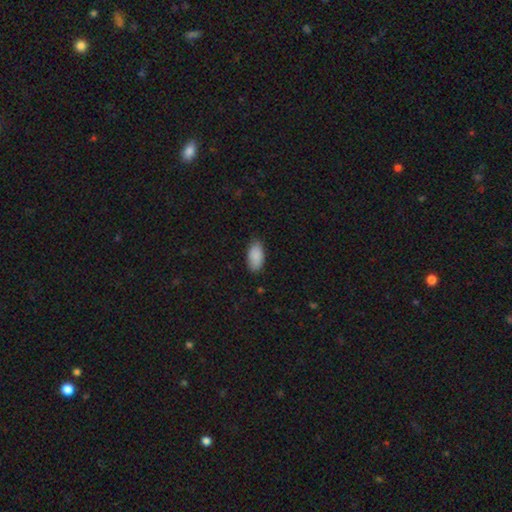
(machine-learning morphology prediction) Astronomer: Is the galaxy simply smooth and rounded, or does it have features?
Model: smooth — 89%.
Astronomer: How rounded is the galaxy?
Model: in between — 94%.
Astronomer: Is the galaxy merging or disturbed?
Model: none — 82%.